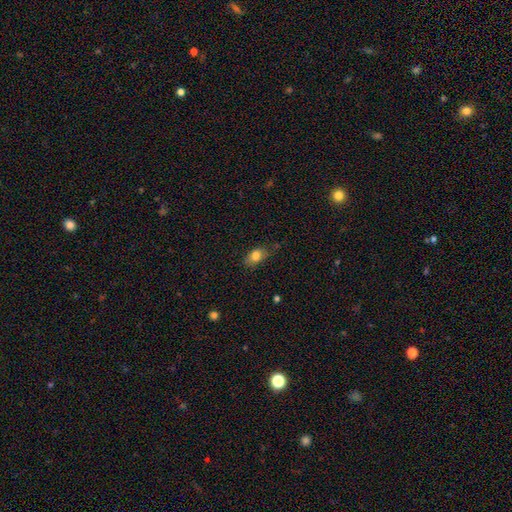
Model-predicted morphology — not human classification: Smooth or featured? Predicted: smooth (p=0.81). How rounded? Predicted: in between (p=0.84). Merging? Predicted: none (p=0.70).